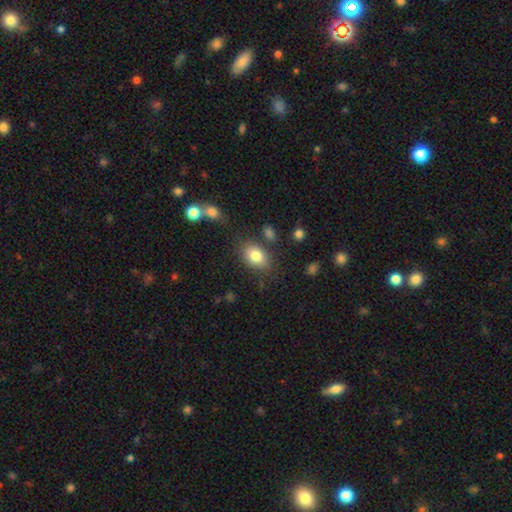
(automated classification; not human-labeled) This is clearly a smooth galaxy (81%). How rounded: clearly in between (81%). Merging: likely none (77%).